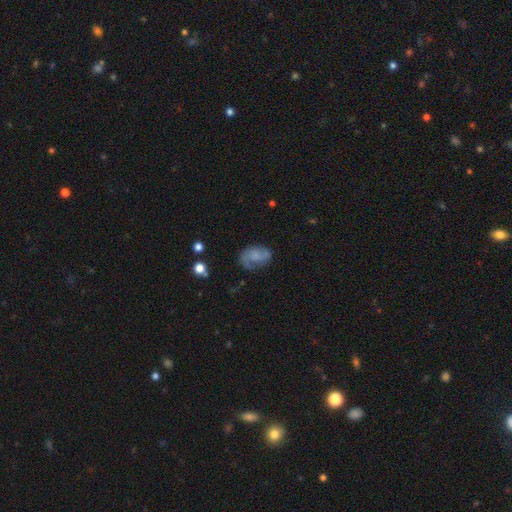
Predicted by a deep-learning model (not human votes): A featured or disk galaxy (63%) with no bar (61%), 2 (79%) medium (42%) spiral arms (89%) and no central bulge (53%).

Vote fractions:
- Smooth or featured? featured or disk: 63% / smooth: 28% / star or artifact: 9%
- Edge-on disk? no: 97% / yes: 3%
- Bar? no: 61% / weak: 33% / strong: 6%
- Spiral arms? yes: 89% / no: 11%
- Spiral winding? medium: 42% / loose: 41% / tight: 17%
- Spiral arm count? 2: 79% / can't tell: 9% / 1: 6% / 3: 3% / 4: 1% / more than 4: 1%
- Bulge size? none: 53% / small: 25% / moderate: 16% / large: 5% / dominant: 2%
- Merging? none: 62% / minor disturbance: 23% / major disturbance: 13% / merger: 2%